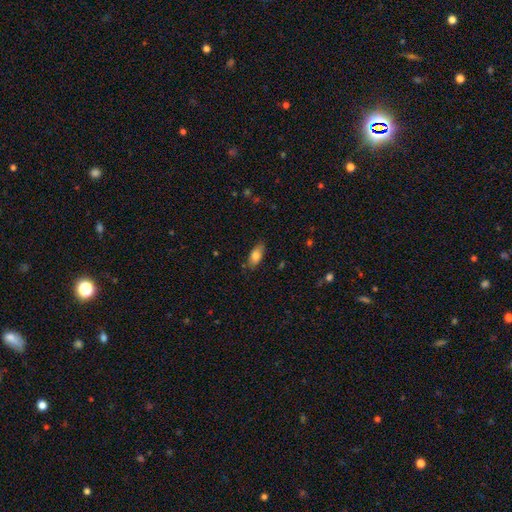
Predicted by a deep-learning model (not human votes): Smooth or featured: smooth — 81% (featured or disk — 12%)
How rounded: in between — 89% (cigar-shaped — 8%)
Merging: none — 82% (minor disturbance — 14%)